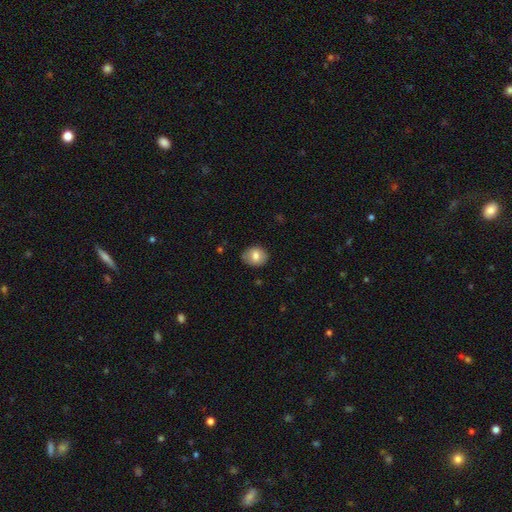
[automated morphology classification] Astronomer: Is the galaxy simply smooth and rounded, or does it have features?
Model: smooth — 74%.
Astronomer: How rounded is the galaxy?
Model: round — 53% (runner-up: in between, 46%).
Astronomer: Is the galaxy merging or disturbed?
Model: none — 82%.